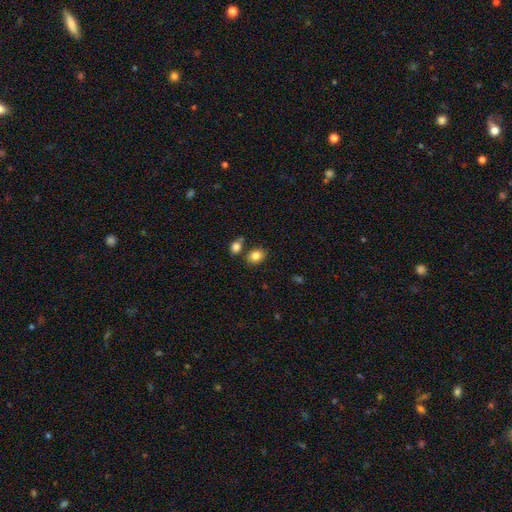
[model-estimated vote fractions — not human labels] This is clearly a smooth galaxy (84%). How rounded: possibly in between (59%). Merging: likely none (73%).